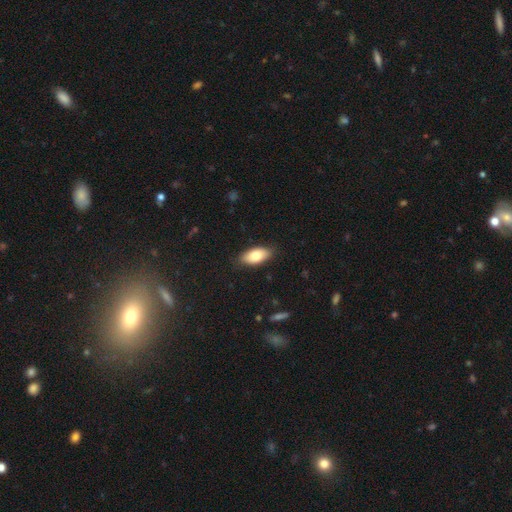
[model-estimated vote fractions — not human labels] Smooth or featured? Predicted: smooth (p=0.79). How rounded? Predicted: in between (p=0.91). Merging? Predicted: none (p=0.85).